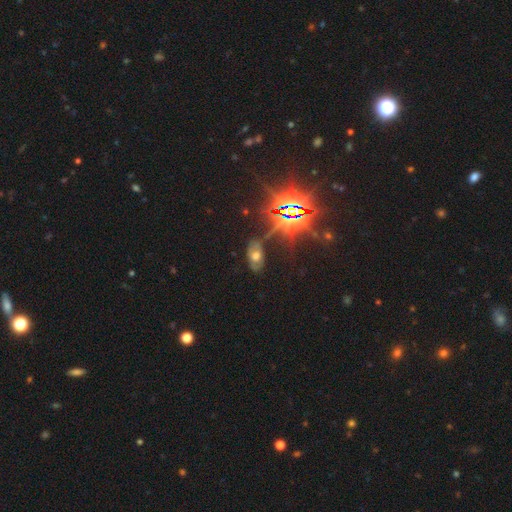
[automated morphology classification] The model was most divided on "smooth or featured" (2-way tie): star or artifact: 37%, smooth: 37%, featured or disk: 26%.